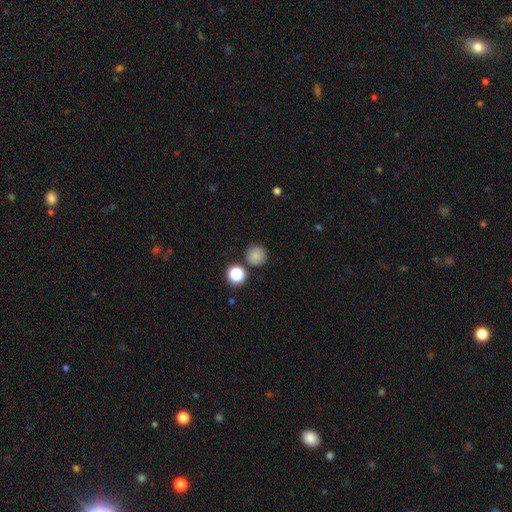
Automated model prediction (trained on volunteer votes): smooth_or_featured: smooth (p=0.81) [alt: star or artifact p=0.13]
how_rounded: round (p=0.94) [alt: in between p=0.05]
merging: none (p=0.82) [alt: minor disturbance p=0.09]